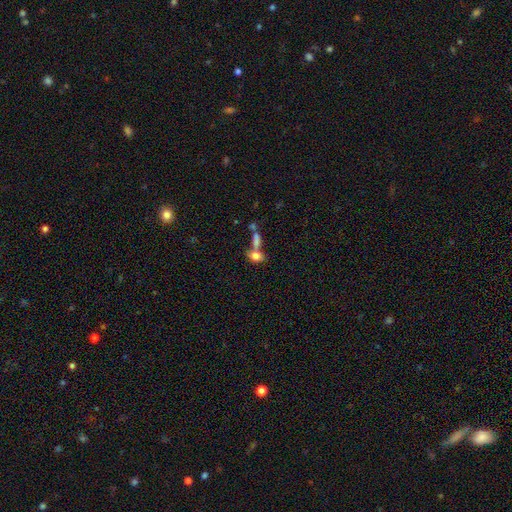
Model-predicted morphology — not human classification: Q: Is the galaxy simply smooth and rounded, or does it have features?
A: smooth — 76%.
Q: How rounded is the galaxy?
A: in between — 79%.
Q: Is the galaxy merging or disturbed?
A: merger — 47%.